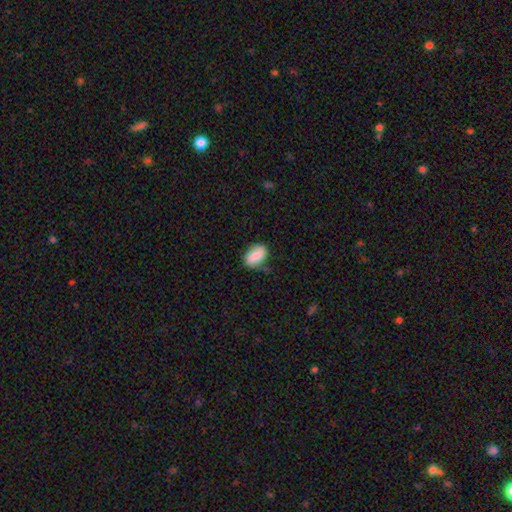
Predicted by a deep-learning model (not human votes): A smooth galaxy with no disk features (64%) that is in between round and cigar-shaped (85%). Merging: none (64%).